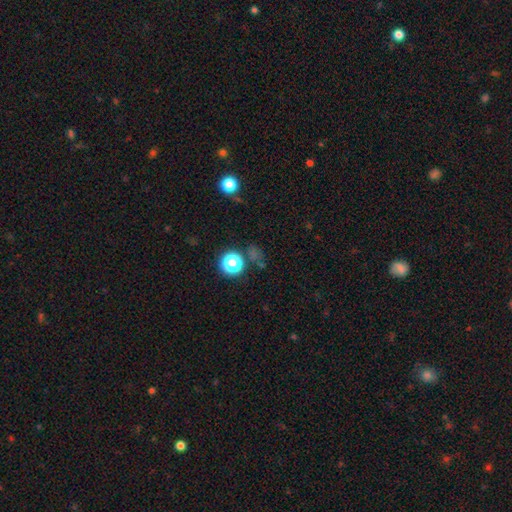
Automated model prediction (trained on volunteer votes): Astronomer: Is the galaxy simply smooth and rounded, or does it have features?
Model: star or artifact — 52% (runner-up: smooth, 39%).